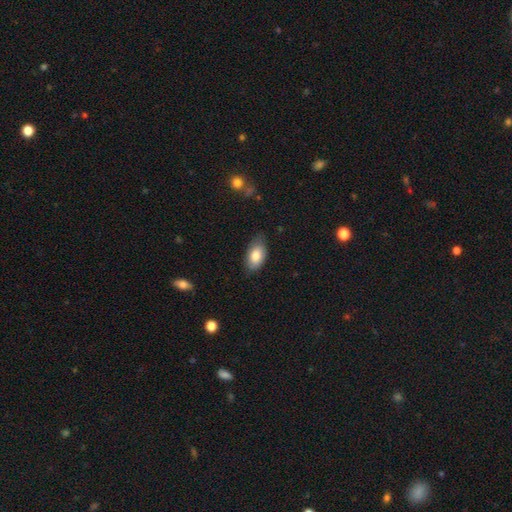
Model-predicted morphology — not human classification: The model was most divided on "merging": none: 71%, minor disturbance: 24%, major disturbance: 4%, merger: 1%. More confident: how rounded — in between (93%); smooth or featured — smooth (81%).